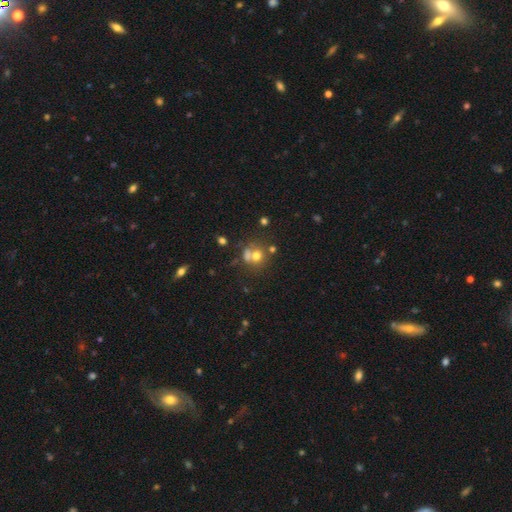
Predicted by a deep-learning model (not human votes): The model was most divided on "merging": none: 47%, merger: 35%, minor disturbance: 11%, major disturbance: 7%. More confident: how rounded — round (79%); smooth or featured — smooth (65%).